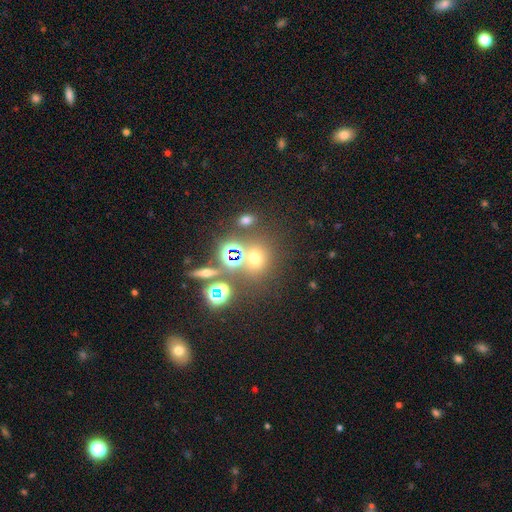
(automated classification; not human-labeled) smooth_or_featured: star or artifact (p=0.50) [alt: smooth p=0.37]